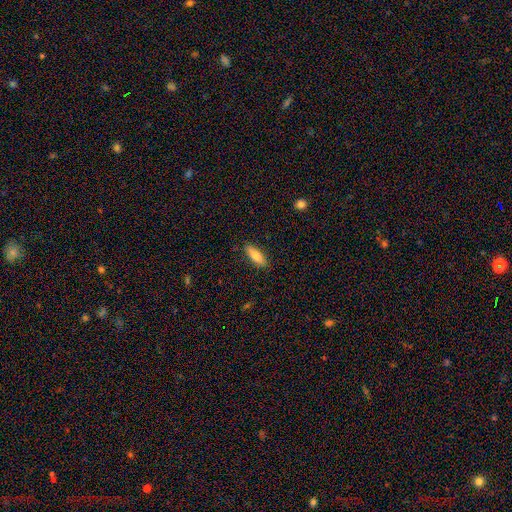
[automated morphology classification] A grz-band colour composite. It shows a smooth galaxy with no disk features (77%) that is in between round and cigar-shaped (60%). Merging: none (87%).